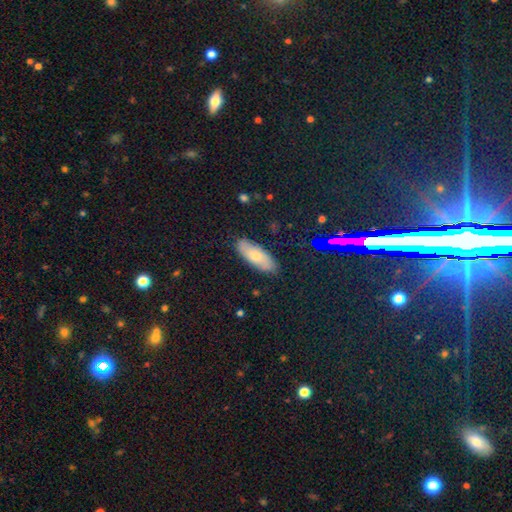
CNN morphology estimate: Smooth or featured: smooth — 62% (featured or disk — 29%)
How rounded: in between — 73% (cigar-shaped — 24%)
Merging: none — 86% (minor disturbance — 11%)